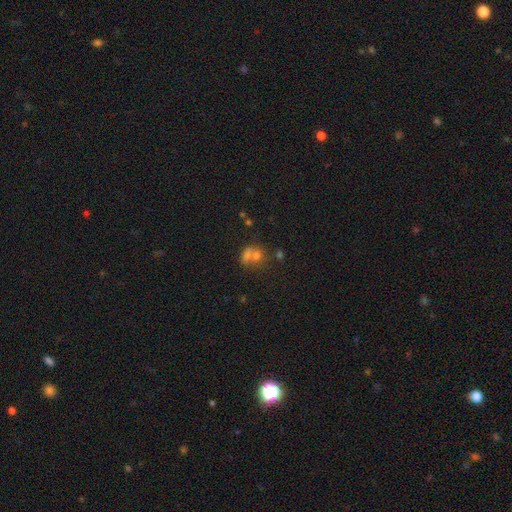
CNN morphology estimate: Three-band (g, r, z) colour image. It shows a smooth galaxy with no disk features (59%) that is round (68%). Merging: merger (52%).